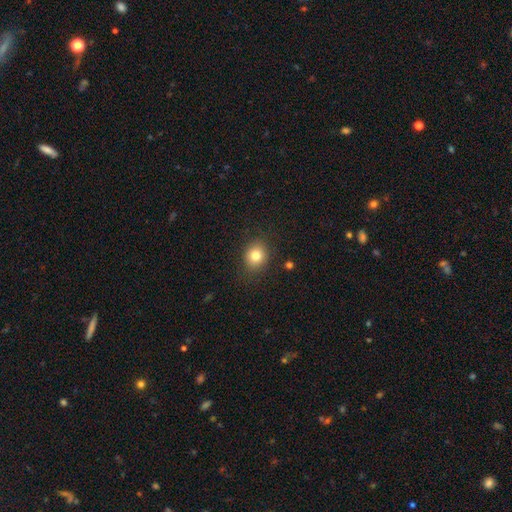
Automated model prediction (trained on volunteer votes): Smooth or featured? Predicted: smooth (p=0.80). How rounded? Predicted: round (p=0.70). Merging? Predicted: none (p=0.86).